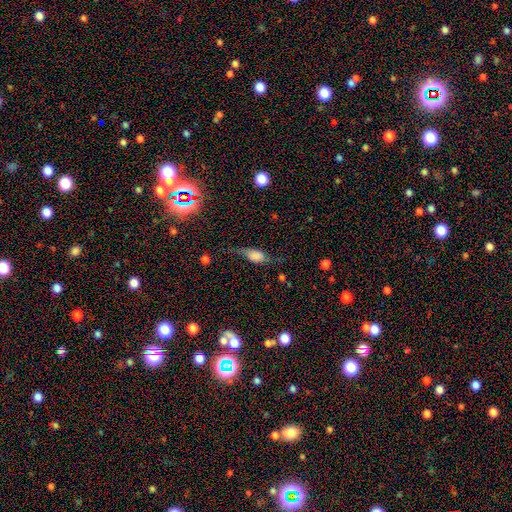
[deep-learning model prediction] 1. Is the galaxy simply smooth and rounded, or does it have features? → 50% smooth, 40% featured or disk, 10% star or artifact.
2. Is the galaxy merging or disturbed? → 55% none, 27% minor disturbance, 16% major disturbance, 2% merger.